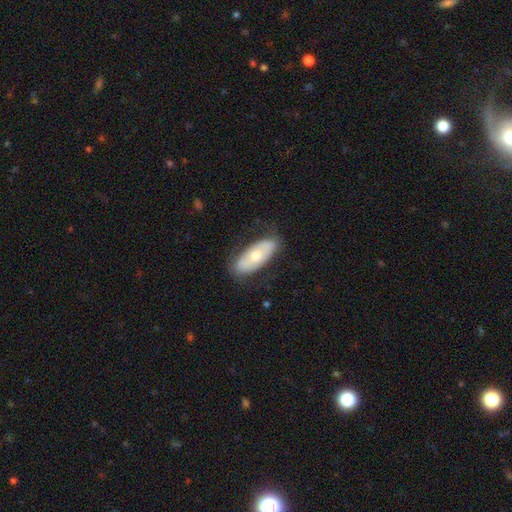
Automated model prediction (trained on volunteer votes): Smooth or featured: smooth — 57% (featured or disk — 37%)
How rounded: in between — 84% (cigar-shaped — 13%)
Merging: none — 78% (minor disturbance — 17%)